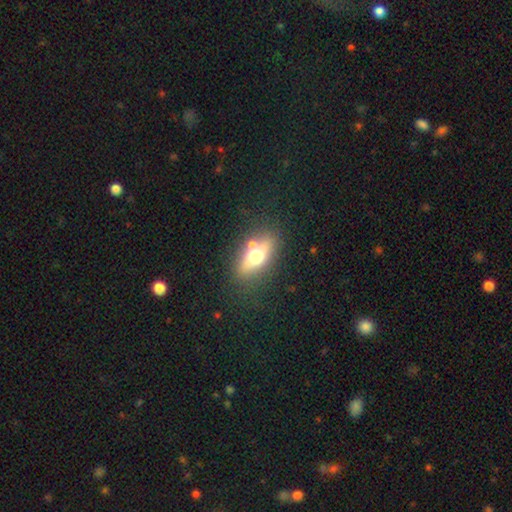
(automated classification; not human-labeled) smooth 52%, featured or disk 38%, star or artifact 10%. Down the decision tree: how rounded — in between (69%); merging — none (74%).